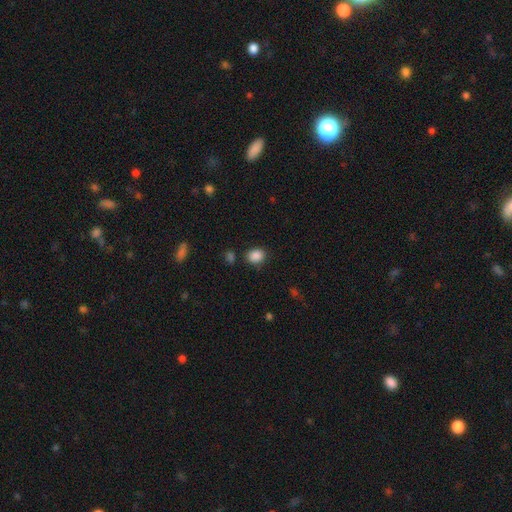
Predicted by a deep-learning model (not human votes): Smooth or featured? smooth (87%)
How rounded? round (52%)
Merging? none (82%)